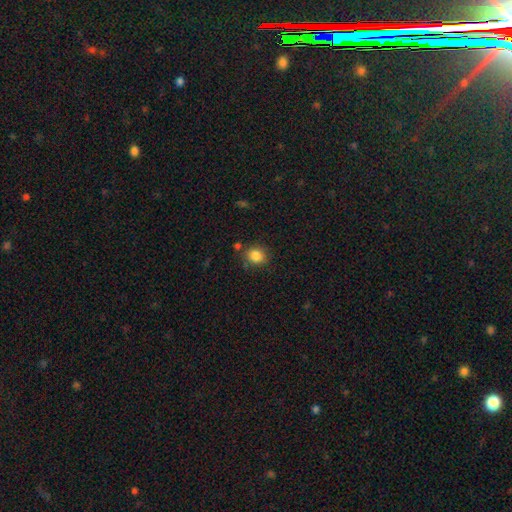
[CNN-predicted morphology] Smooth or featured? smooth (85%)
How rounded? round (71%)
Merging? none (78%)